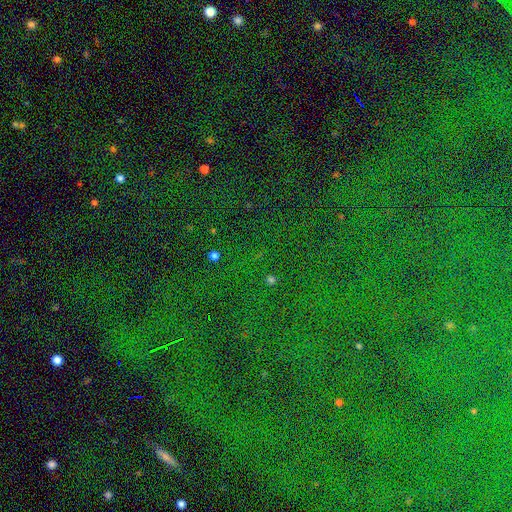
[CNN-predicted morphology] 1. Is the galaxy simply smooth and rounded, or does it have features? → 86% star or artifact, 7% smooth, 7% featured or disk.